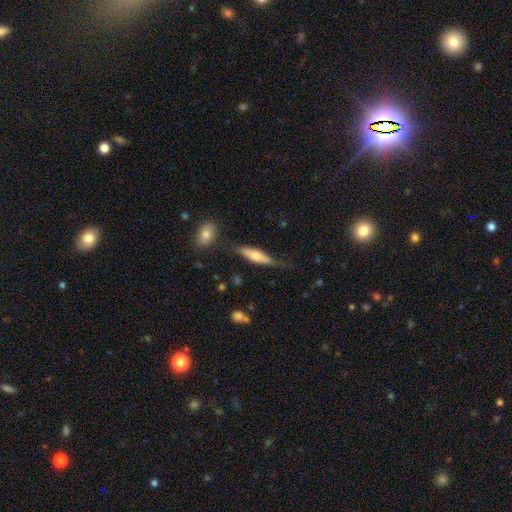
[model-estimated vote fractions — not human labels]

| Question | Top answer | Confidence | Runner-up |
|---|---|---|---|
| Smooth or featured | smooth | 57% | featured or disk (37%) |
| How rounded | cigar-shaped | 68% | in between (30%) |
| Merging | none | 63% | minor disturbance (24%) |